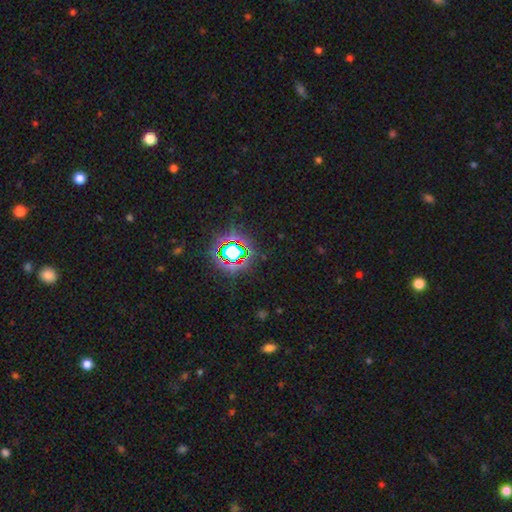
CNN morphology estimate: smooth-or-featured: star or artifact: 81% | smooth: 11% | featured or disk: 8%